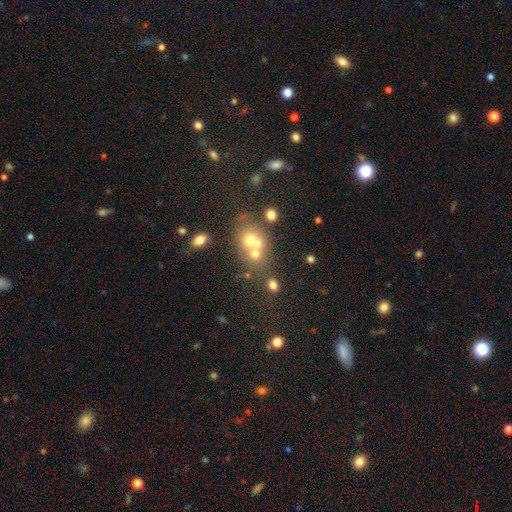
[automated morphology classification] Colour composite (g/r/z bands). It shows a smooth galaxy with no disk features (50%) that is round (67%). Merging: merger (46%).